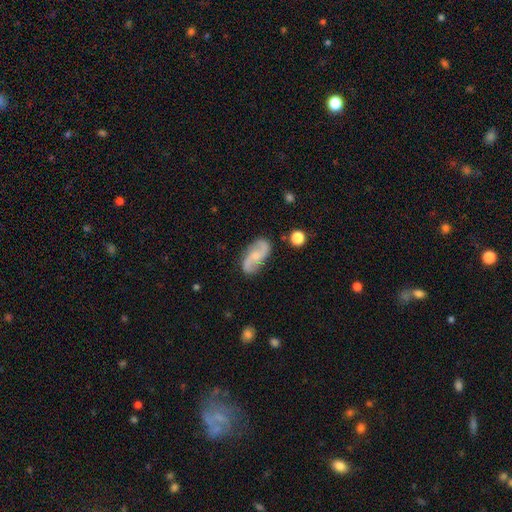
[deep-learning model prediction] A featured or disk galaxy (80%) with no bar (56%), 2 (92%) loose (56%) spiral arms (96%) and a small central bulge (55%). Merging: none (81%).